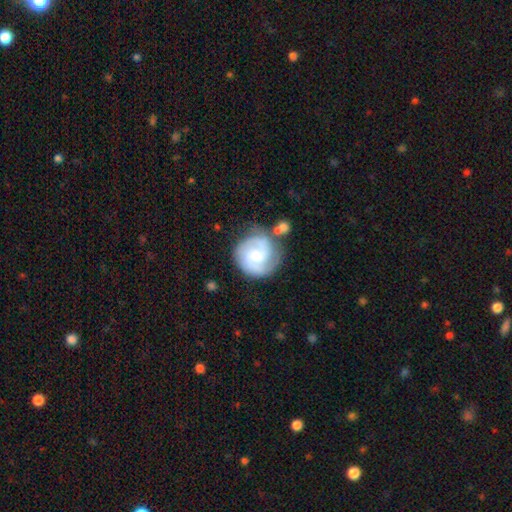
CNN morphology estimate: A featured or disk galaxy (77%) with no bar (51%), 2 (75%) tight (47%) spiral arms (96%) and a moderate central bulge (45%). Merging: none (66%).